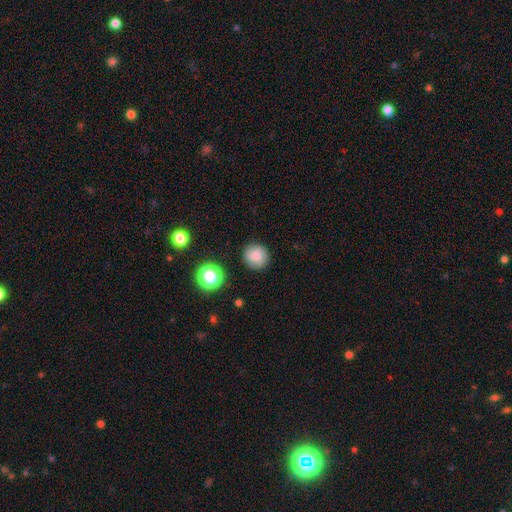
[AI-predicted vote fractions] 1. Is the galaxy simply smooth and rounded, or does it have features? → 78% smooth, 11% star or artifact, 11% featured or disk.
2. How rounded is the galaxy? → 91% round, 8% in between, 1% cigar-shaped.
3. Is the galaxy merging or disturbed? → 86% none, 9% minor disturbance, 3% major disturbance, 2% merger.